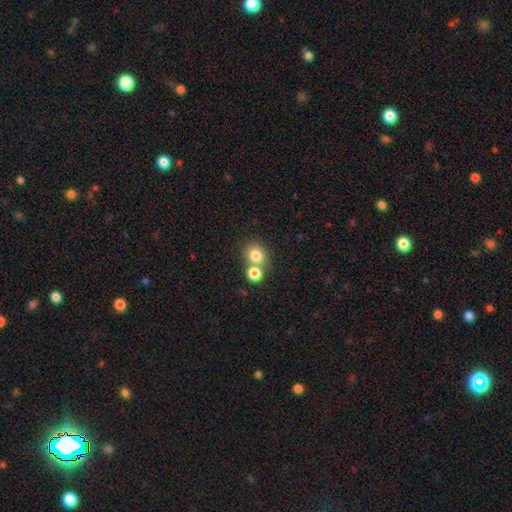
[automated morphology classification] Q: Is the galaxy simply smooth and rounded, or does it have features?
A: smooth — 80%.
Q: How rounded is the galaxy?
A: round — 83%.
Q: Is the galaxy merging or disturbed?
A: none — 55%.